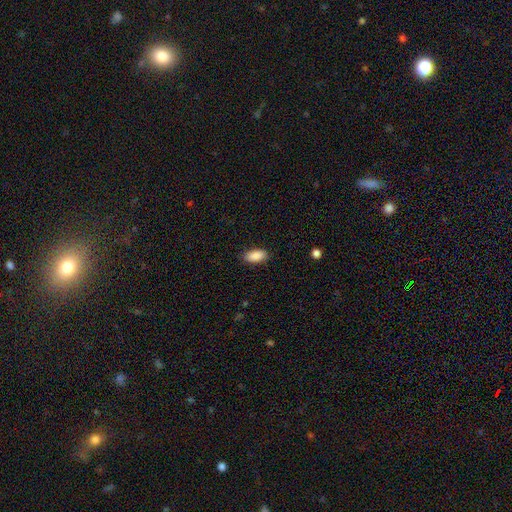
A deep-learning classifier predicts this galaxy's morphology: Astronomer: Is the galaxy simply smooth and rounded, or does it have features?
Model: smooth — 89%.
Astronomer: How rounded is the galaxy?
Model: in between — 92%.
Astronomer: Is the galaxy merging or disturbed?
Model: none — 87%.